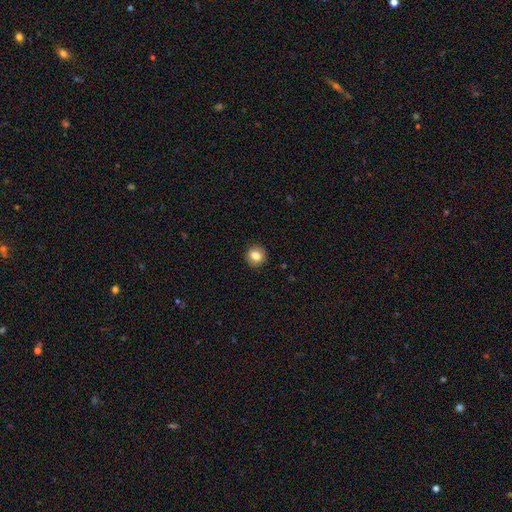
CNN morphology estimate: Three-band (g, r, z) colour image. It shows a smooth galaxy with no disk features (82%) that is round (89%). Merging: none (92%).